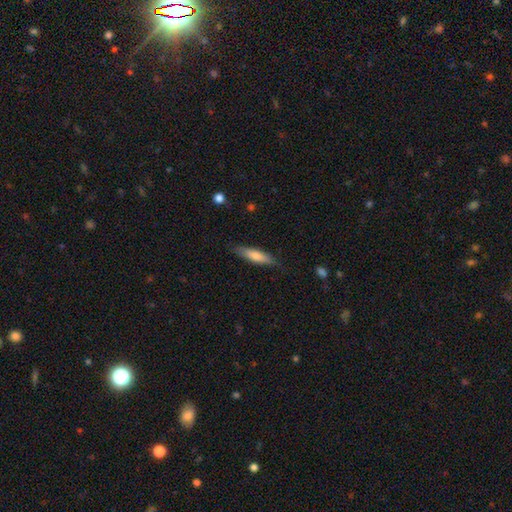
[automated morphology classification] The model was most divided on "smooth or featured": smooth: 68%, featured or disk: 26%, star or artifact: 6%. More confident: merging — none (82%); how rounded — cigar-shaped (75%).